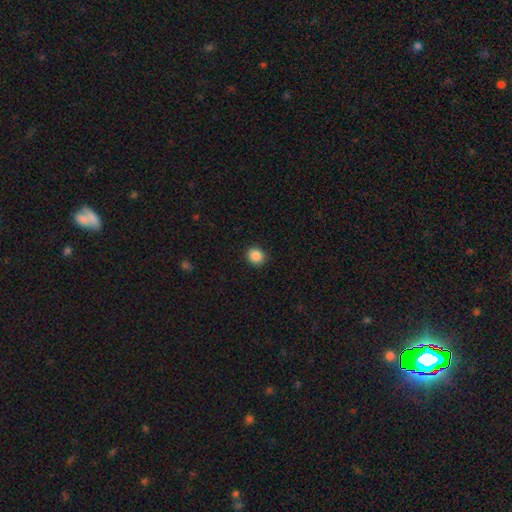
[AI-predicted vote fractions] smooth-or-featured: smooth: 87% | star or artifact: 10% | featured or disk: 3%
  how-rounded: round: 84% | in between: 15% | cigar-shaped: 1%
  merging: none: 91% | minor disturbance: 6% | major disturbance: 2% | merger: 1%